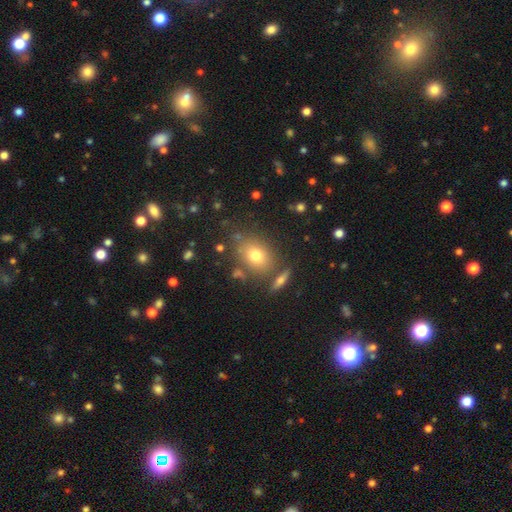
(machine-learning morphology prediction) A smooth galaxy with no disk features (72%) that is in between round and cigar-shaped (58%). Merging: none (75%).